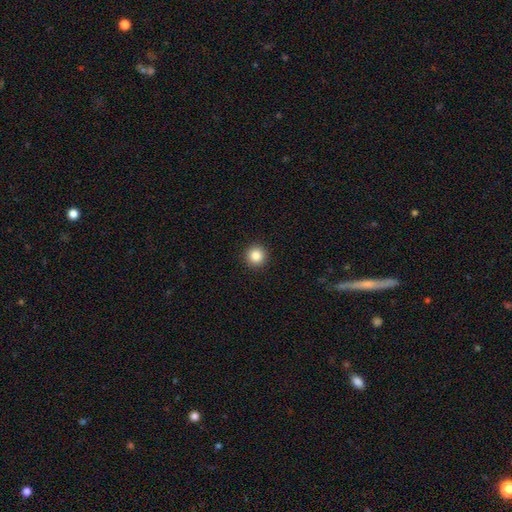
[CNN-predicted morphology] smooth_or_featured: smooth (p=0.86) [alt: star or artifact p=0.10]
how_rounded: round (p=0.95) [alt: in between p=0.04]
merging: none (p=0.93) [alt: minor disturbance p=0.05]